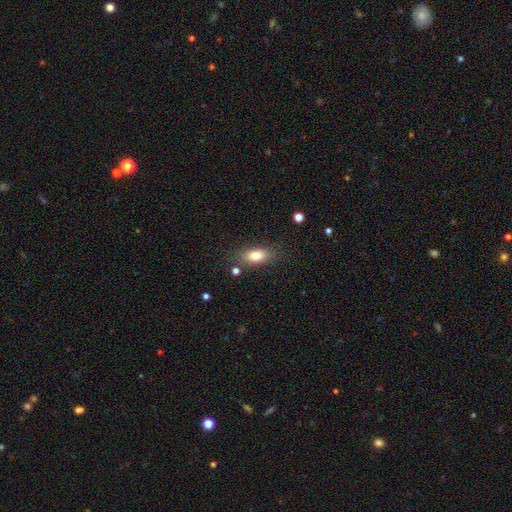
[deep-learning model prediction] smooth 80%, featured or disk 12%, star or artifact 9%. Down the decision tree: how rounded — in between (84%); merging — none (77%).